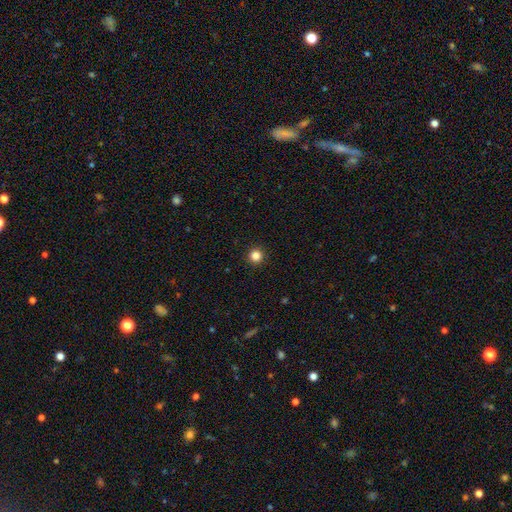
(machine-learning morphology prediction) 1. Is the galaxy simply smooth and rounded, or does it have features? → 85% smooth, 12% star or artifact, 3% featured or disk.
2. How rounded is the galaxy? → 96% round, 3% in between, 1% cigar-shaped.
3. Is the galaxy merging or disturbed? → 93% none, 4% minor disturbance, 2% major disturbance, 1% merger.